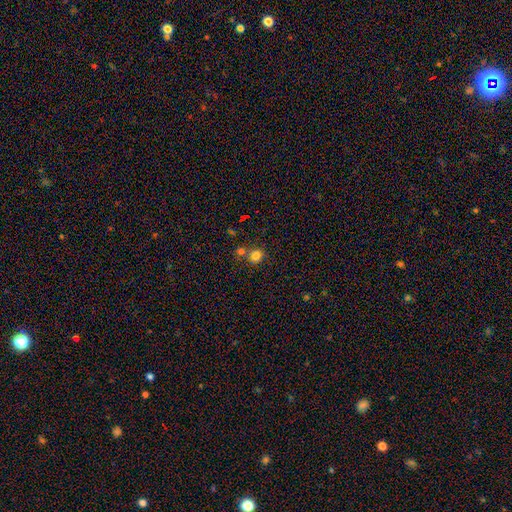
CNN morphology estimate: The model was most divided on "merging": none: 64%, merger: 22%, minor disturbance: 10%, major disturbance: 3%. More confident: smooth or featured — smooth (81%); how rounded — round (77%).